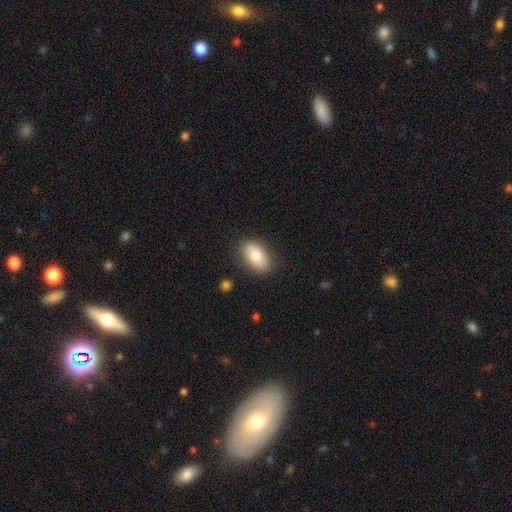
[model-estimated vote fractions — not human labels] A smooth galaxy with no disk features (80%) that is in between round and cigar-shaped (91%).

Vote fractions:
- Smooth or featured? smooth: 80% / featured or disk: 13% / star or artifact: 7%
- How rounded? in between: 91% / round: 6% / cigar-shaped: 3%
- Merging? none: 83% / minor disturbance: 13% / major disturbance: 3% / merger: 2%